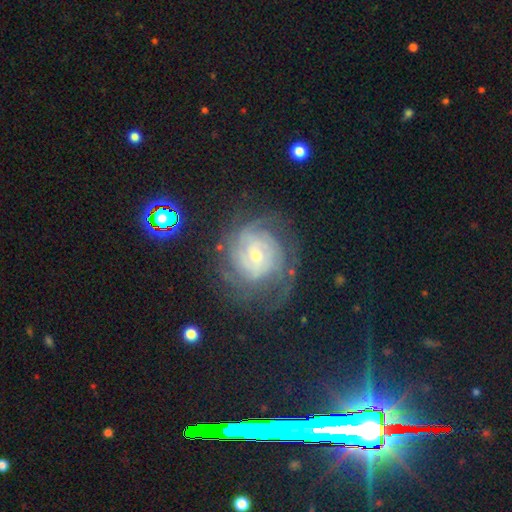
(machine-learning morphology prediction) Overall: featured or disk (83%). Edge-on disk: no (97%). Bar: no (57%; weak 35%). Spiral arms: yes (95%). Spiral arm count: can't tell (40%; 3 17%). Spiral winding: tight (69%). Bulge size: small (61%; moderate 33%). Merging: none (68%).